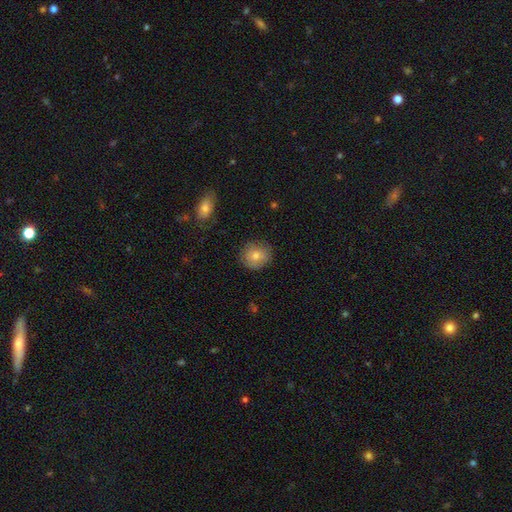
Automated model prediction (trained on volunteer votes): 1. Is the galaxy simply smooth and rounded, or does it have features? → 77% smooth, 15% featured or disk, 8% star or artifact.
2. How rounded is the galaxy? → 83% round, 16% in between, 1% cigar-shaped.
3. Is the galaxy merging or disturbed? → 79% none, 16% minor disturbance, 4% major disturbance, 1% merger.